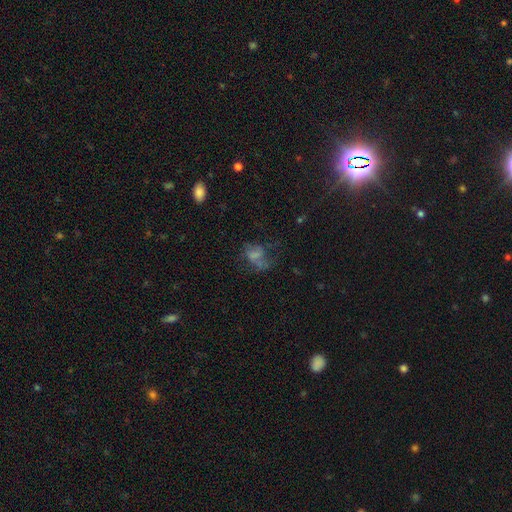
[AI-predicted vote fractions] smooth_or_featured: smooth (p=0.45) [alt: featured or disk p=0.37]
merging: major disturbance (p=0.43) [alt: none p=0.30]